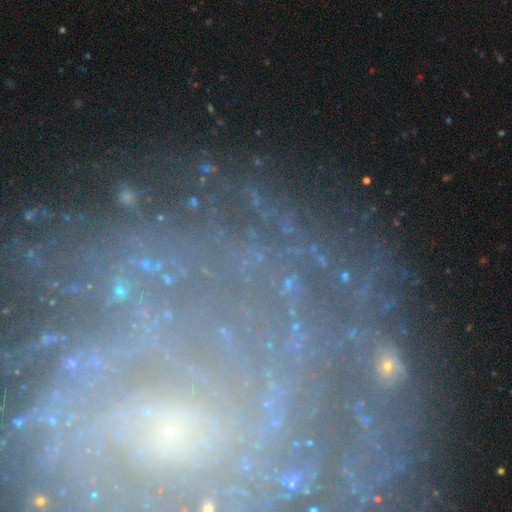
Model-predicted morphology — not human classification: The model was most divided on "smooth or featured": star or artifact: 45%, featured or disk: 41%, smooth: 14%.